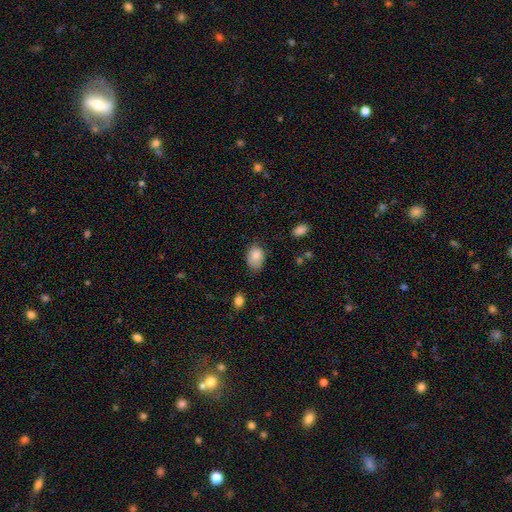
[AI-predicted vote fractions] A smooth galaxy with no disk features (84%) that is in between round and cigar-shaped (79%). Merging: none (62%).